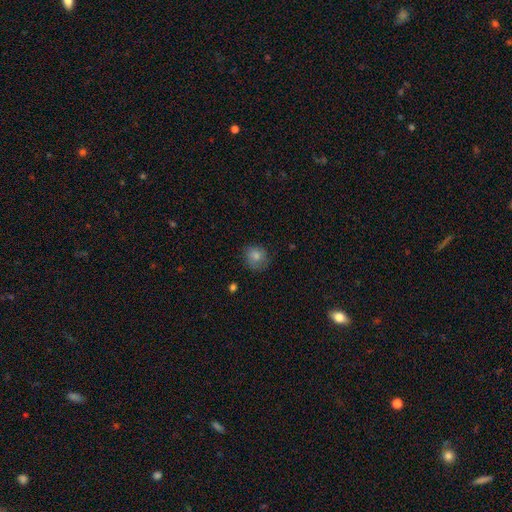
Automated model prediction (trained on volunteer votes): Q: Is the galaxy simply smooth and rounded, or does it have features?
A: smooth — 77%.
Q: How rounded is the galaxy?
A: round — 81%.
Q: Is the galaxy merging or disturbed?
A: none — 77%.